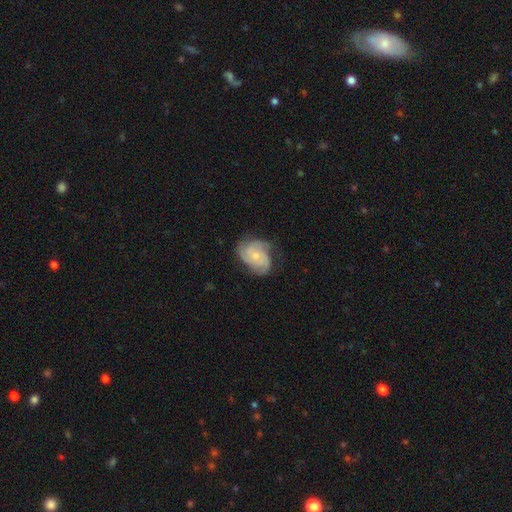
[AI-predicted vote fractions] Smooth or featured: featured or disk — 78% (smooth — 16%)
Edge-on disk: no — 98% (yes — 2%)
Bar: no — 74% (weak — 23%)
Spiral arms: yes — 96% (no — 4%)
Spiral winding: tight — 50% (medium — 40%)
Spiral arm count: 3 — 51% (2 — 16%)
Bulge size: small — 66% (moderate — 28%)
Merging: none — 66% (minor disturbance — 24%)